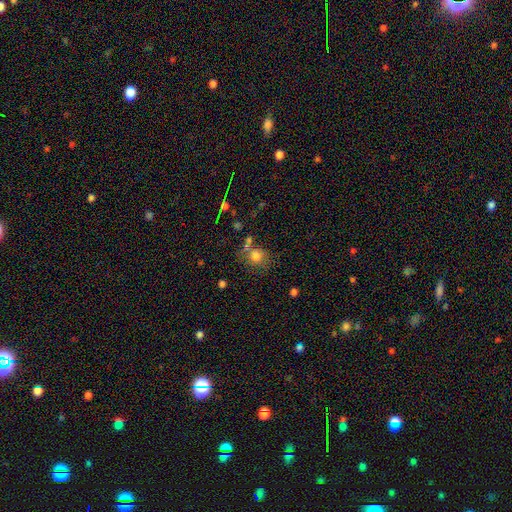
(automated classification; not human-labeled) This appears to be a smooth galaxy with no disk features (76%) that is round (77%). Merging: none (55%).